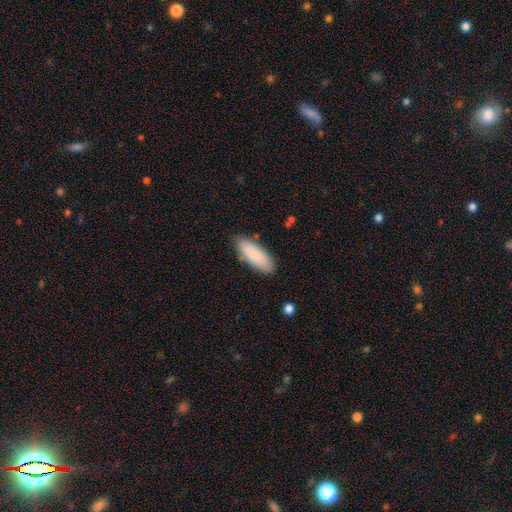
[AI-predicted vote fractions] Morphology: type=smooth (85%); roundness=in between (70%); merging=none (83%).